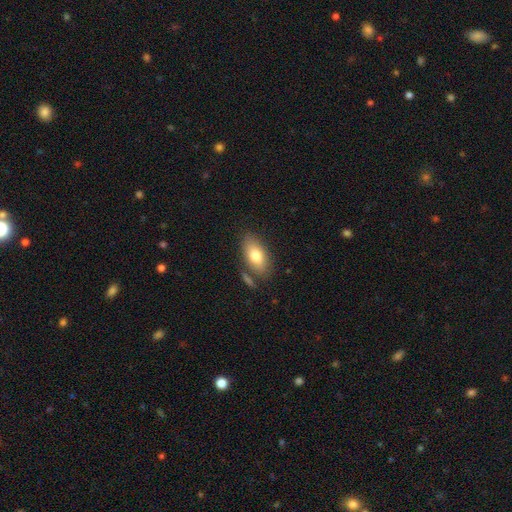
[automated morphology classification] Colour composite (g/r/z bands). It shows a smooth galaxy with no disk features (77%) that is in between round and cigar-shaped (90%). Merging: none (74%).